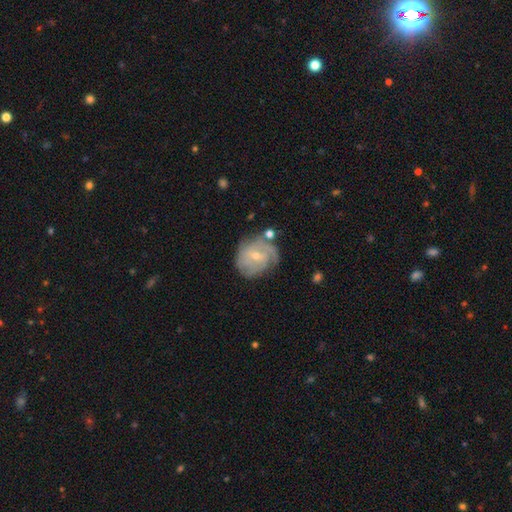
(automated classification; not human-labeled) Smooth or featured? featured or disk (75%)
Edge-on disk? no (97%)
Bar? no (57%)
Spiral arms? yes (90%)
Spiral winding? tight (60%)
Spiral arm count? can't tell (38%)
Bulge size? small (66%)
Merging? none (59%)